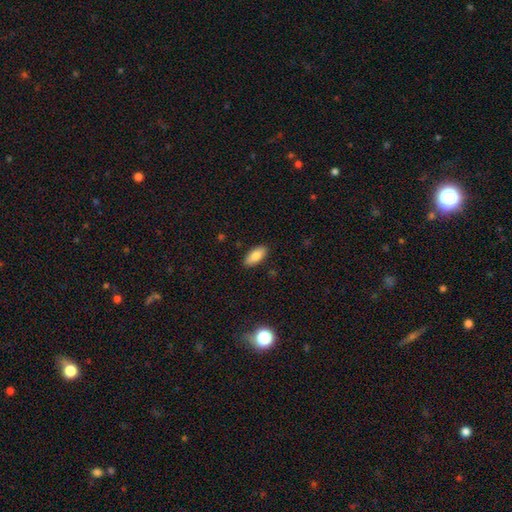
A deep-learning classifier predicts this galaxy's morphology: A smooth galaxy with no disk features (81%) that is in between round and cigar-shaped (87%). Merging: none (89%).